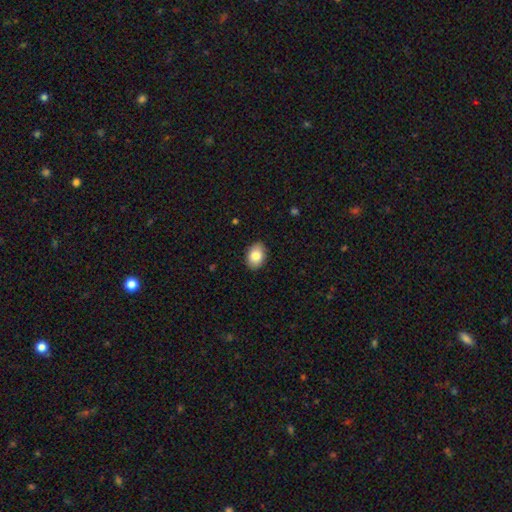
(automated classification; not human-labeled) smooth 85%, featured or disk 8%, star or artifact 7%. Down the decision tree: how rounded — in between (82%); merging — none (88%).